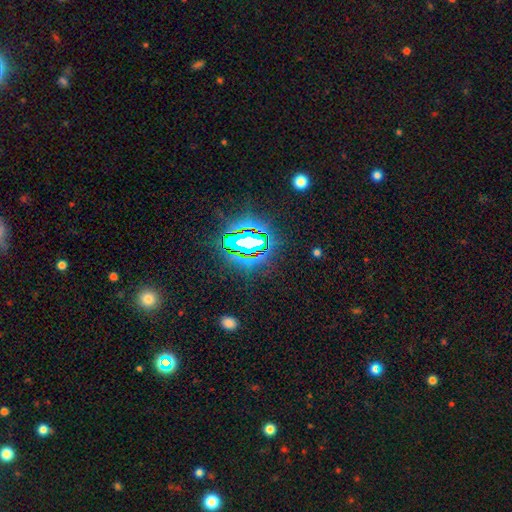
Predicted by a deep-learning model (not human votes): A star or artifact, not a galaxy (82%).

Vote fractions:
- Smooth or featured? star or artifact: 82% / smooth: 10% / featured or disk: 7%